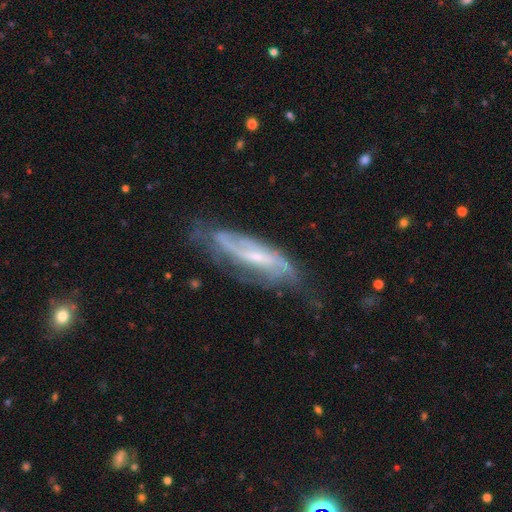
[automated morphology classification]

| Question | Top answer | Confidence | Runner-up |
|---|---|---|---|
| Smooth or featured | featured or disk | 78% | smooth (15%) |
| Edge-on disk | no | 77% | yes (23%) |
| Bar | weak | 42% | no (36%) |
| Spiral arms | yes | 89% | no (11%) |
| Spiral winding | medium | 42% | tight (33%) |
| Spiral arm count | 2 | 49% | can't tell (31%) |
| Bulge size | small | 64% | moderate (24%) |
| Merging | none | 56% | minor disturbance (27%) |